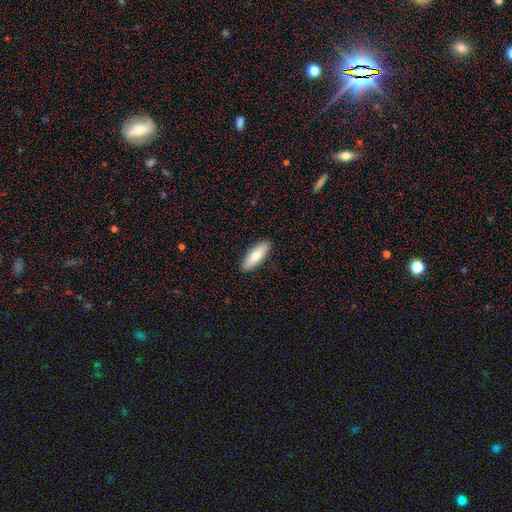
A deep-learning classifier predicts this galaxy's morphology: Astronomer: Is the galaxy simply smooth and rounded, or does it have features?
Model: smooth — 73%.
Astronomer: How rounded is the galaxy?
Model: in between — 59% (runner-up: cigar-shaped, 39%).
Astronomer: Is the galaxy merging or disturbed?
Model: none — 90%.